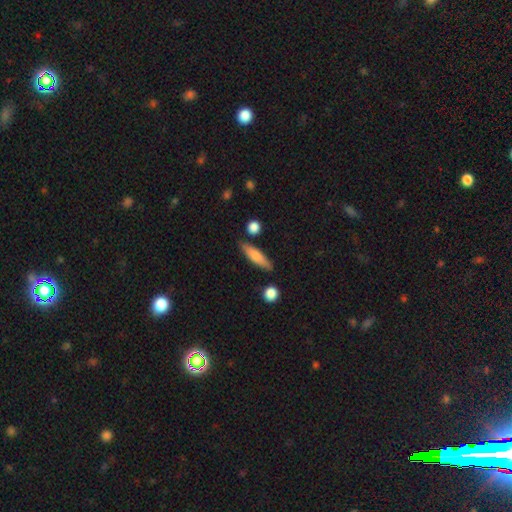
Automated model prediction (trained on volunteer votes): Smooth or featured? Predicted: smooth (p=0.73). How rounded? Predicted: cigar-shaped (p=0.72). Merging? Predicted: none (p=0.81).